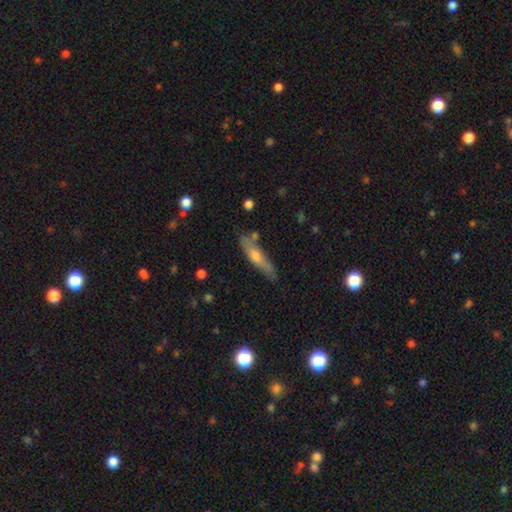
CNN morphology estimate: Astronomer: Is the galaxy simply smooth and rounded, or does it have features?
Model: smooth — 50% (runner-up: featured or disk, 43%).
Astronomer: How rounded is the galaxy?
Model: cigar-shaped — 79%.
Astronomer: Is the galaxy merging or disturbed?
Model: none — 71%.